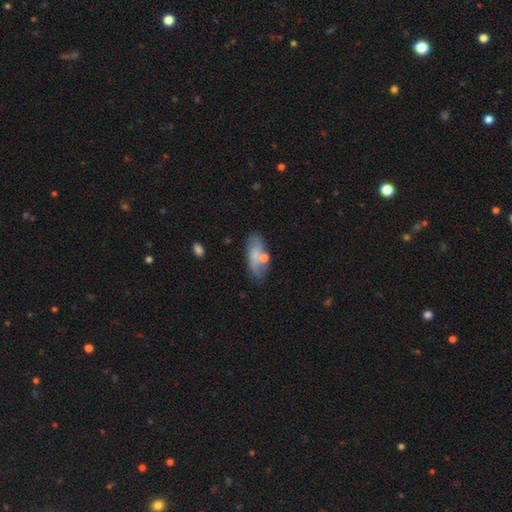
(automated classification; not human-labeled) Smooth or featured: smooth — 65% (featured or disk — 27%)
How rounded: in between — 79% (cigar-shaped — 17%)
Merging: none — 65% (minor disturbance — 20%)